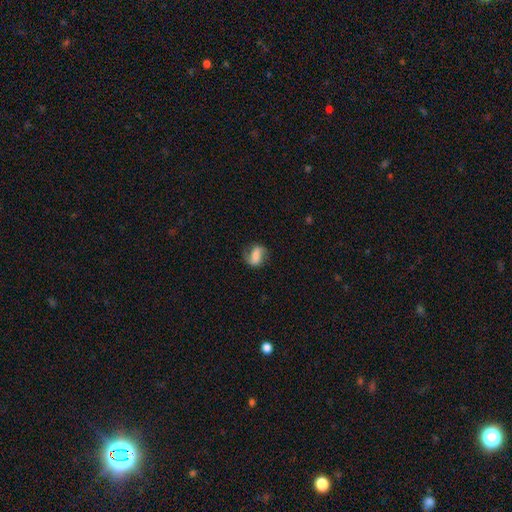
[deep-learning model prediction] The model was most divided on "smooth or featured": featured or disk: 49%, smooth: 42%, star or artifact: 9%. More confident: merging — none (72%).